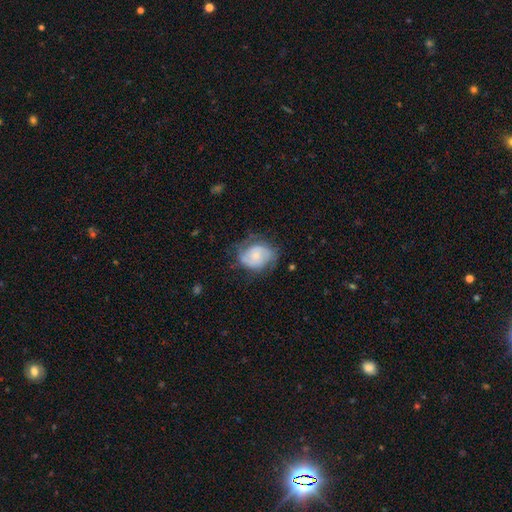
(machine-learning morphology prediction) Smooth or featured: featured or disk — 56% (smooth — 37%)
Edge-on disk: no — 97% (yes — 3%)
Bar: no — 73% (weak — 23%)
Spiral arms: yes — 80% (no — 20%)
Bulge size: small — 60% (moderate — 32%)
Merging: none — 58% (minor disturbance — 27%)